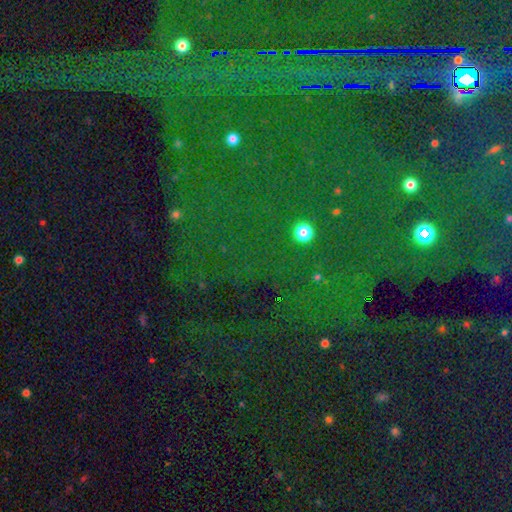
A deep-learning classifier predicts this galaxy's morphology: smooth-or-featured: star or artifact: 86% | smooth: 8% | featured or disk: 7%